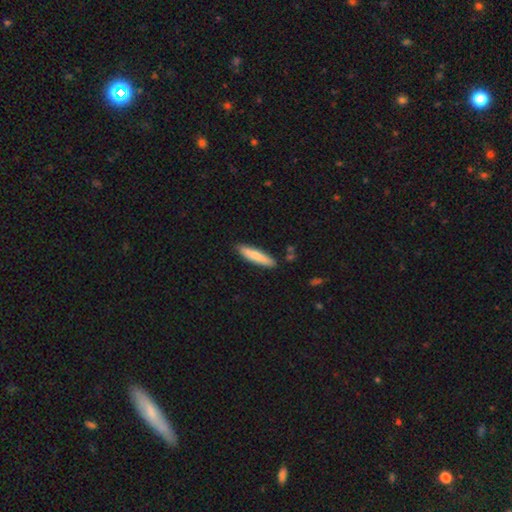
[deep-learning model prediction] Smooth or featured? Predicted: smooth (p=0.77). How rounded? Predicted: cigar-shaped (p=0.86). Merging? Predicted: none (p=0.87).